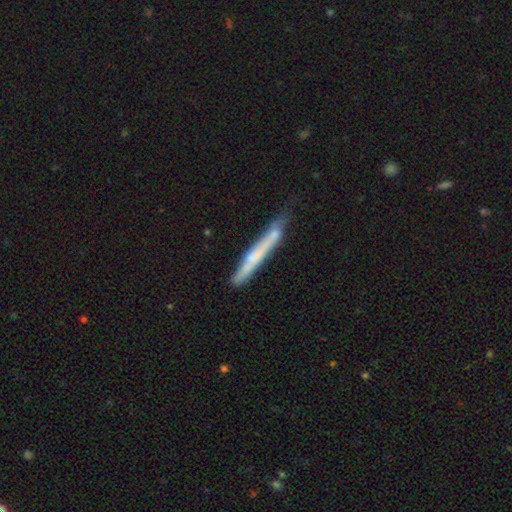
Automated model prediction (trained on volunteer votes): Smooth or featured? featured or disk (47%)
Merging? none (60%)